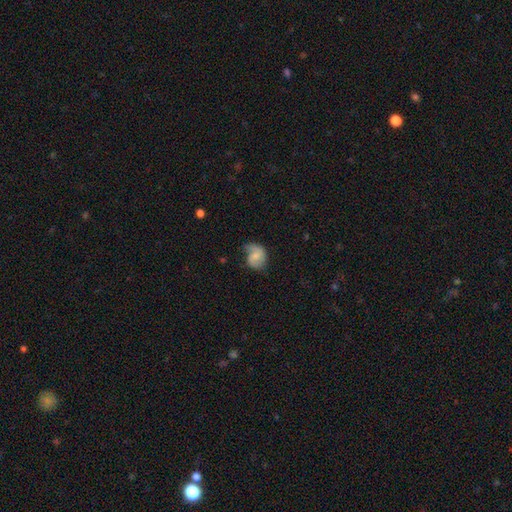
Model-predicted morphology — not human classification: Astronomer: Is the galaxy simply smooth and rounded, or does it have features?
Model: featured or disk — 48% (runner-up: smooth, 45%).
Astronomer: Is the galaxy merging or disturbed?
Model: none — 47% (runner-up: minor disturbance, 34%).